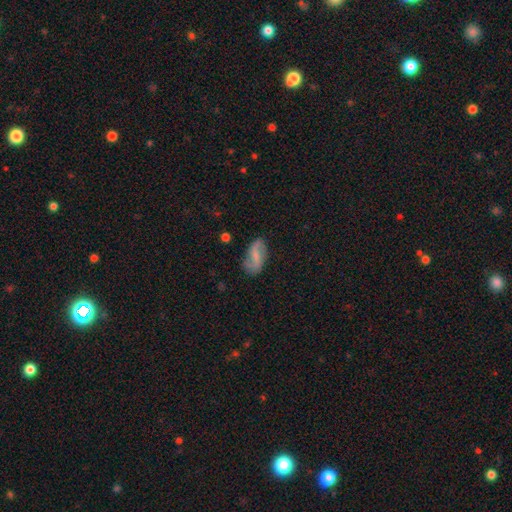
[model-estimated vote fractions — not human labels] Smooth or featured: featured or disk — 59% (smooth — 34%)
Edge-on disk: no — 95% (yes — 5%)
Bar: weak — 47% (strong — 29%)
Spiral arms: yes — 87% (no — 13%)
Bulge size: small — 46% (none — 30%)
Merging: none — 73% (minor disturbance — 19%)